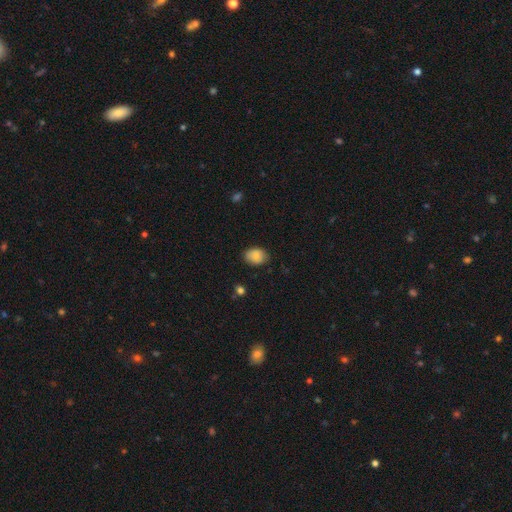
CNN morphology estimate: smooth_or_featured: smooth (p=0.82) [alt: featured or disk p=0.10]
how_rounded: in between (p=0.74) [alt: round p=0.25]
merging: none (p=0.79) [alt: minor disturbance p=0.17]